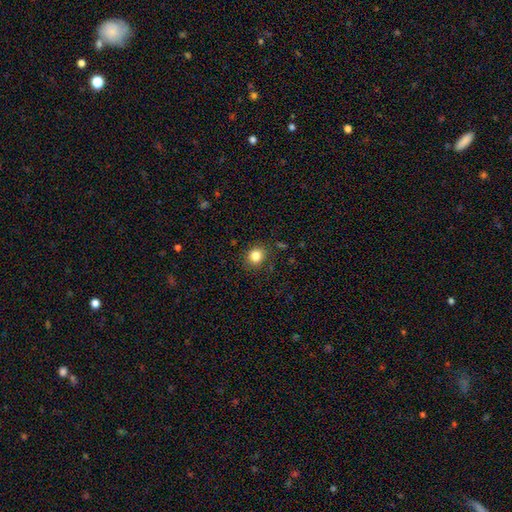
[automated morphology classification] smooth 83%, star or artifact 11%, featured or disk 6%. Down the decision tree: how rounded — round (75%); merging — none (87%).